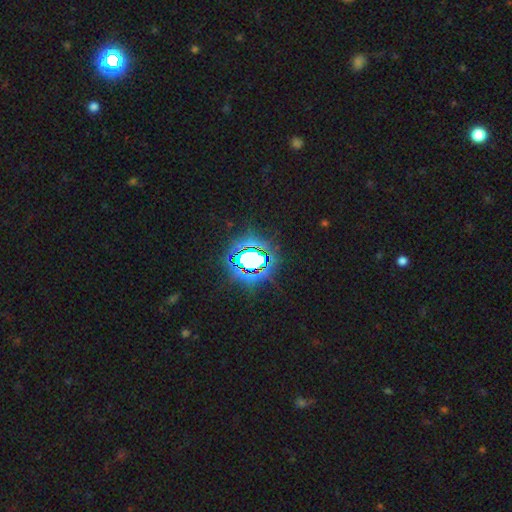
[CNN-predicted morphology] The model was most divided on "smooth or featured": star or artifact: 71%, smooth: 18%, featured or disk: 11%.